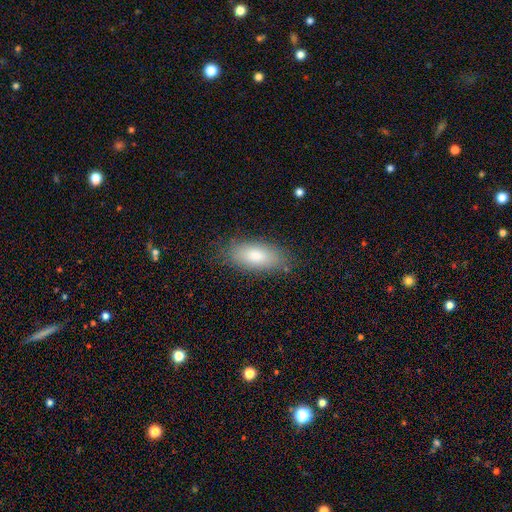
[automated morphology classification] Smooth or featured?
  - smooth: 79% *
  - featured or disk: 14%
  - star or artifact: 7%
How rounded?
  - in between: 86% *
  - cigar-shaped: 12%
  - round: 3%
Merging?
  - none: 80% *
  - minor disturbance: 15%
  - major disturbance: 4%
  - merger: 1%